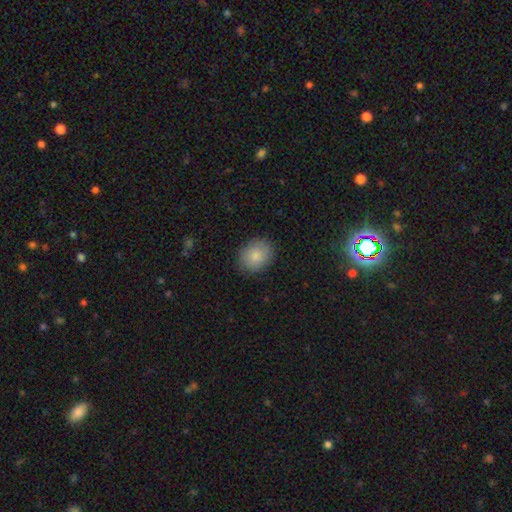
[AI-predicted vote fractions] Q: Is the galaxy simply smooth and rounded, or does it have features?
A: smooth — 86%.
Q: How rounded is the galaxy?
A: in between — 50%.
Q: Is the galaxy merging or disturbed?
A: none — 86%.